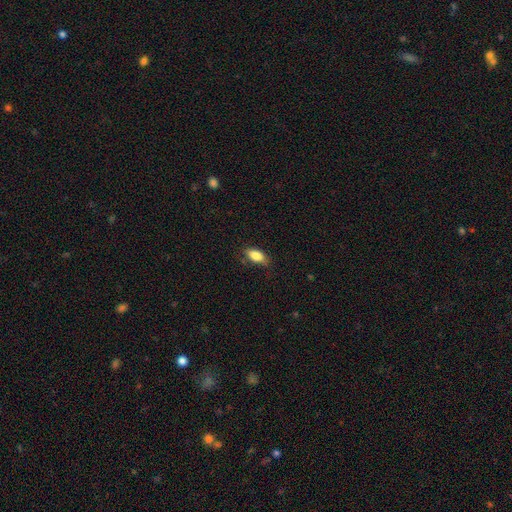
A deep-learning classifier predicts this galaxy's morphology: Smooth or featured?
  - smooth: 84% *
  - featured or disk: 9%
  - star or artifact: 7%
How rounded?
  - in between: 87% *
  - cigar-shaped: 9%
  - round: 4%
Merging?
  - none: 74% *
  - minor disturbance: 20%
  - major disturbance: 4%
  - merger: 1%